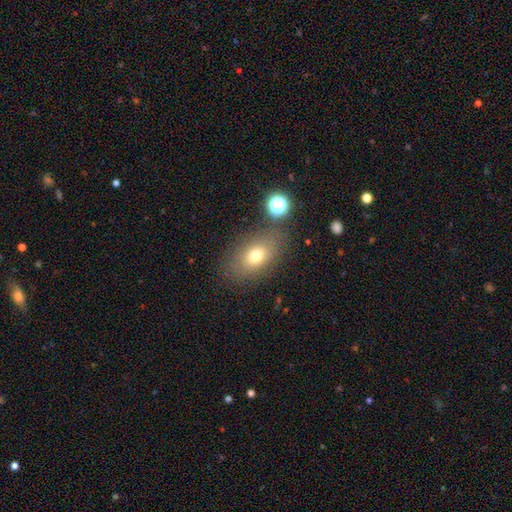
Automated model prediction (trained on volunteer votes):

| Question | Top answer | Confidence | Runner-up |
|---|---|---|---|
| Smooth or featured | smooth | 72% | featured or disk (16%) |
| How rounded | in between | 81% | round (17%) |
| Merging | none | 76% | minor disturbance (13%) |